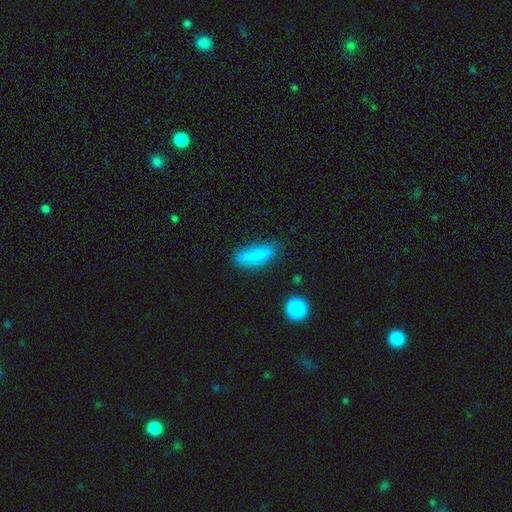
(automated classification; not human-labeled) Q: Smooth or featured?
A: smooth (82%); runner-up: featured or disk (9%)
Q: How rounded?
A: cigar-shaped (53%); runner-up: in between (44%)
Q: Merging?
A: none (71%); runner-up: minor disturbance (20%)